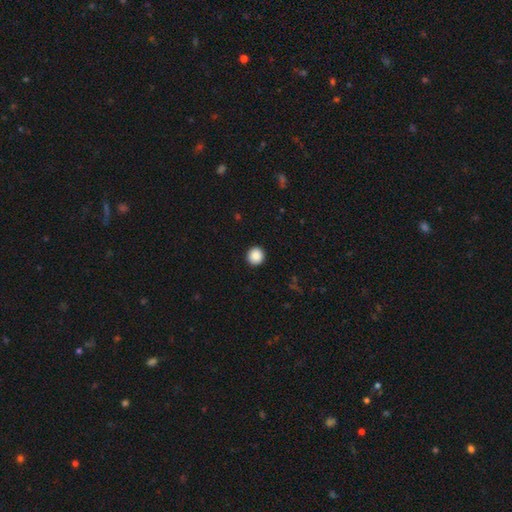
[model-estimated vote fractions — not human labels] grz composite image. It shows a smooth galaxy with no disk features (89%) that is round (93%). Merging: none (93%).